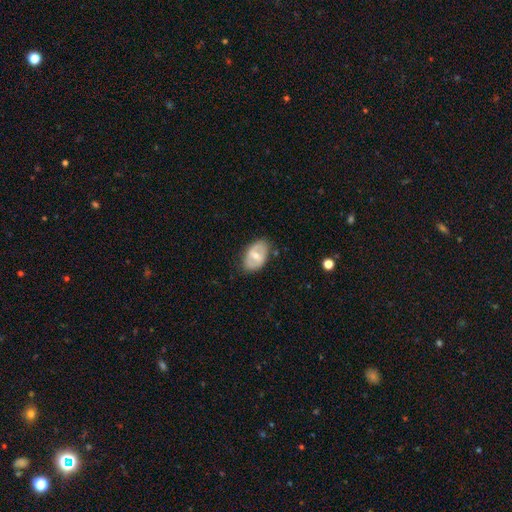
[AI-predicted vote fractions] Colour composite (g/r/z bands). It shows a featured or disk galaxy (52%). Merging: none (80%).